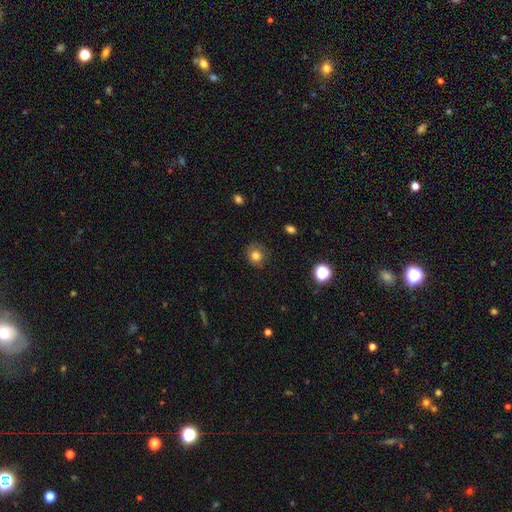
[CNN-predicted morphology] Smooth or featured? Predicted: smooth (p=0.79). How rounded? Predicted: round (p=0.80). Merging? Predicted: none (p=0.77).